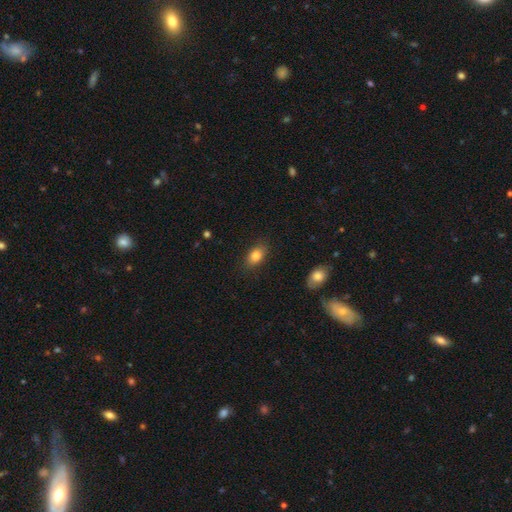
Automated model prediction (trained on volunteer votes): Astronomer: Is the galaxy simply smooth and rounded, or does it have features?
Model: smooth — 82%.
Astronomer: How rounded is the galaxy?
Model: in between — 84%.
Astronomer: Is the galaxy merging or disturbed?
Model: none — 85%.